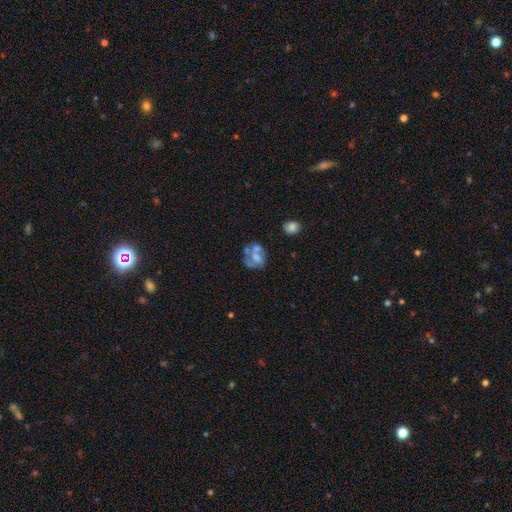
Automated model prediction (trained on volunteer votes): Q: Smooth or featured?
A: featured or disk (51%); runner-up: smooth (39%)
Q: Edge-on disk?
A: no (97%); runner-up: yes (3%)
Q: Merging?
A: none (34%); runner-up: merger (31%)